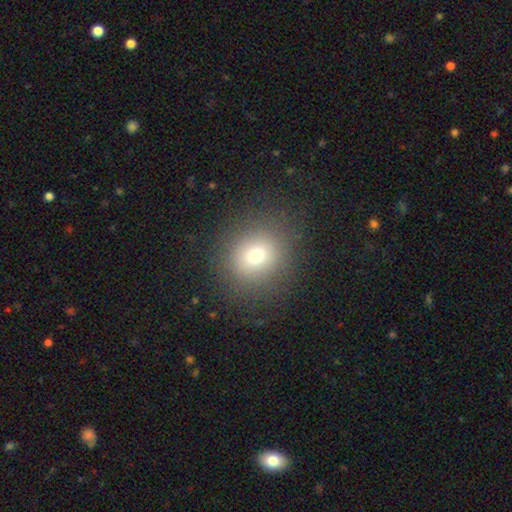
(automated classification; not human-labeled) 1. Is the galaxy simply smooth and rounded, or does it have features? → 73% smooth, 15% star or artifact, 12% featured or disk.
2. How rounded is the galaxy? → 78% round, 21% in between, 1% cigar-shaped.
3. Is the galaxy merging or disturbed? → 87% none, 8% minor disturbance, 4% major disturbance, 1% merger.